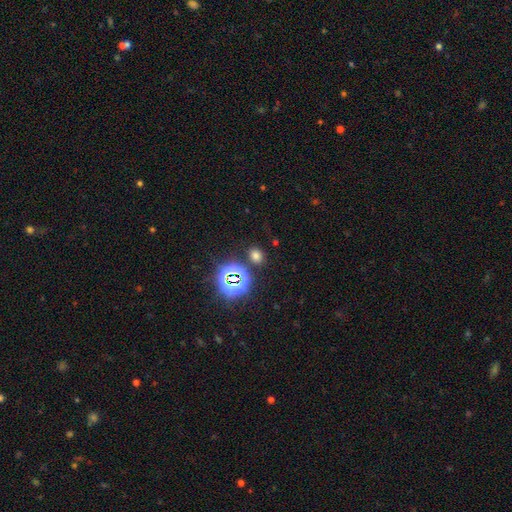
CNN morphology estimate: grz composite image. It shows a smooth galaxy with no disk features (63%) that is in between round and cigar-shaped (50%). Merging: none (83%).